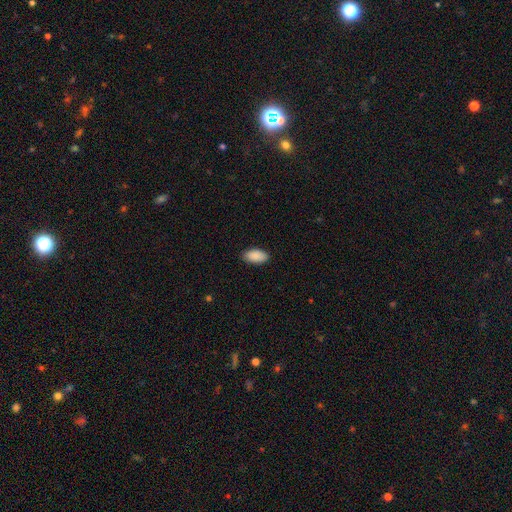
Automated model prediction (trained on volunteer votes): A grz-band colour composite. It shows a smooth galaxy with no disk features (91%) that is in between round and cigar-shaped (95%). Merging: none (88%).